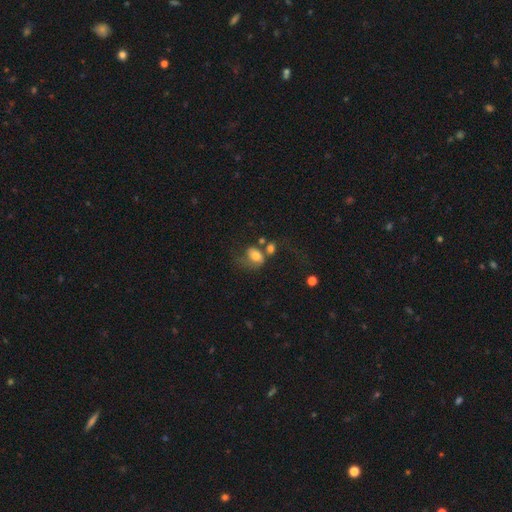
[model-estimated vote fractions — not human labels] This appears to be a smooth galaxy with no disk features (64%) that is in between round and cigar-shaped (76%). Merging: merger (32%).